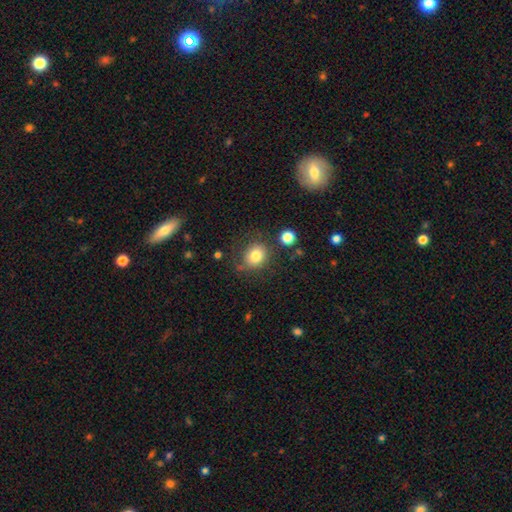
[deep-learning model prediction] A smooth galaxy with no disk features (81%) that is round (75%). Merging: none (75%).